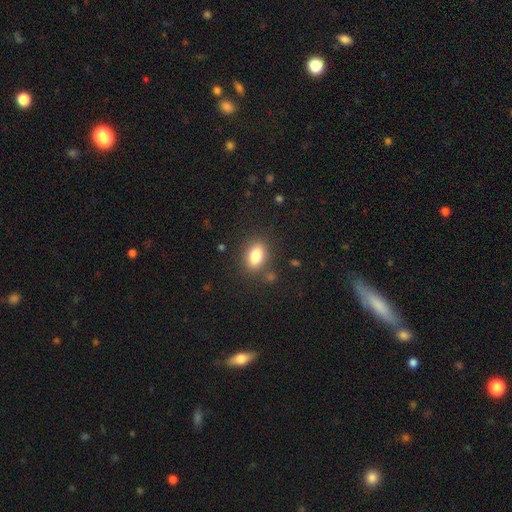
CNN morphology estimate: Q: Smooth or featured?
A: smooth (81%); runner-up: featured or disk (10%)
Q: How rounded?
A: in between (81%); runner-up: round (16%)
Q: Merging?
A: none (82%); runner-up: minor disturbance (11%)